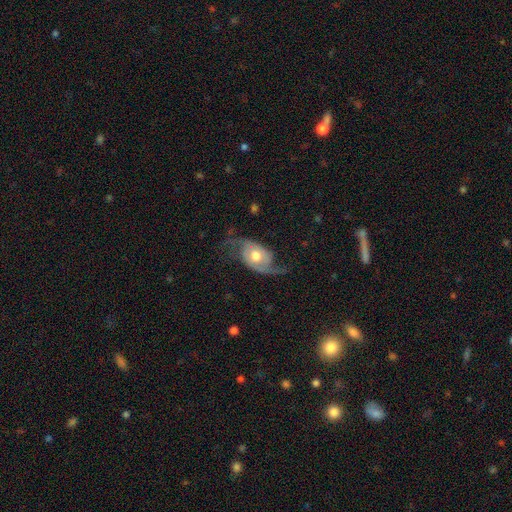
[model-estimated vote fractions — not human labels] A featured or disk galaxy (81%) with no bar (68%), 2 (90%) loose (64%) spiral arms (93%) and a moderate central bulge (70%).

Vote fractions:
- Smooth or featured? featured or disk: 81% / smooth: 13% / star or artifact: 5%
- Edge-on disk? no: 95% / yes: 5%
- Bar? no: 68% / weak: 25% / strong: 6%
- Spiral arms? yes: 93% / no: 7%
- Spiral winding? loose: 64% / medium: 28% / tight: 8%
- Spiral arm count? 2: 90% / 1: 4% / can't tell: 3% / 3: 1% / 4: 1% / more than 4: 1%
- Bulge size? moderate: 70% / large: 19% / small: 9% / dominant: 2% / none: 1%
- Merging? none: 59% / minor disturbance: 20% / major disturbance: 19% / merger: 2%